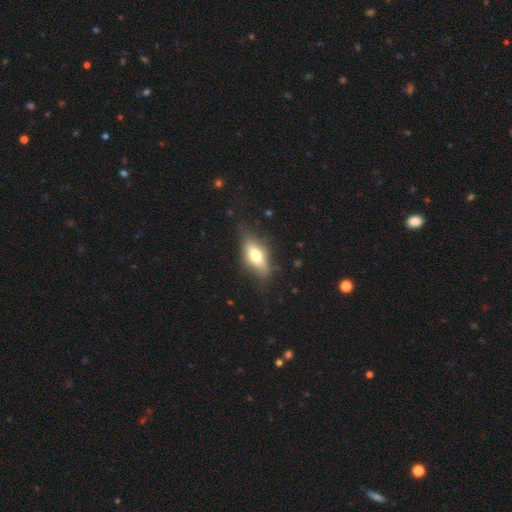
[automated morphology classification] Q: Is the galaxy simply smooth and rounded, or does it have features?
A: smooth — 65%.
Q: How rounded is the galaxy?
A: in between — 80%.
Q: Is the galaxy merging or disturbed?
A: none — 70%.